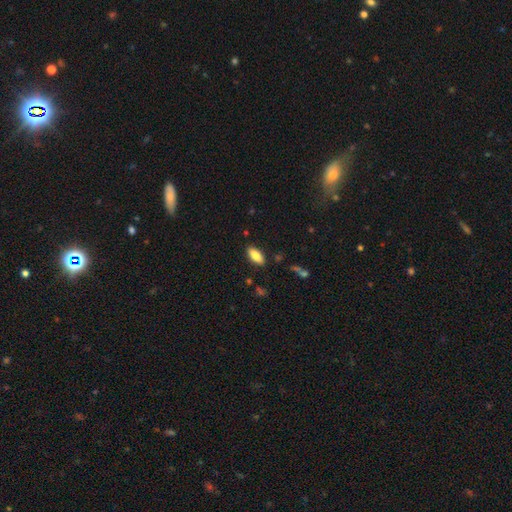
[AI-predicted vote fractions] The model was most divided on "how rounded": in between: 84%, cigar-shaped: 14%, round: 2%. More confident: smooth or featured — smooth (86%); merging — none (86%).